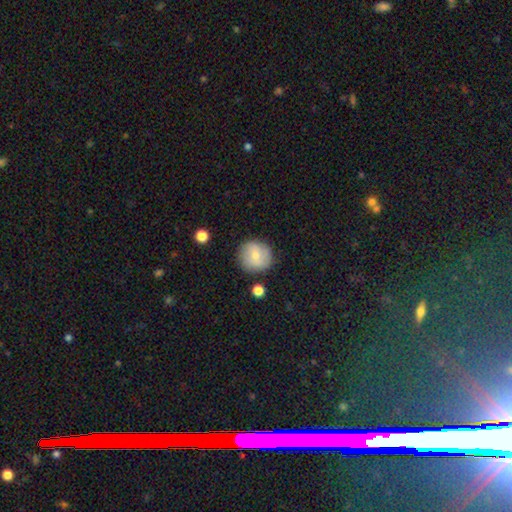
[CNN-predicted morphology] smooth 69%, featured or disk 23%, star or artifact 8%. Down the decision tree: how rounded — round (93%); merging — none (83%).